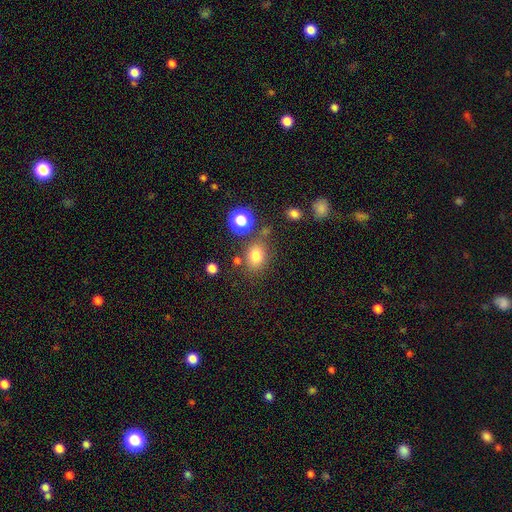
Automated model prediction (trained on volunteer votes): smooth_or_featured: smooth (p=0.76) [alt: star or artifact p=0.15]
how_rounded: in between (p=0.55) [alt: round p=0.44]
merging: none (p=0.72) [alt: minor disturbance p=0.14]